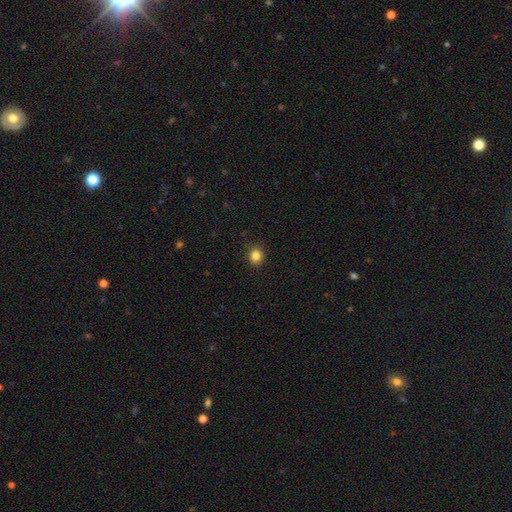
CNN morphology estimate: smooth 85%, star or artifact 12%, featured or disk 4%. Down the decision tree: how rounded — round (80%); merging — none (90%).